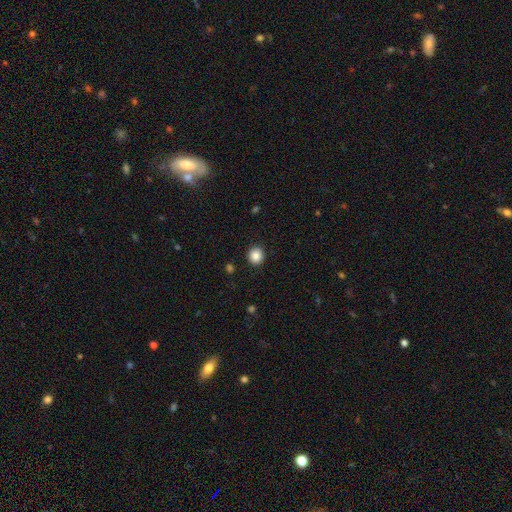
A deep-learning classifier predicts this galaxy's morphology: This is clearly a smooth galaxy (87%). How rounded: clearly round (89%). Merging: clearly none (92%).